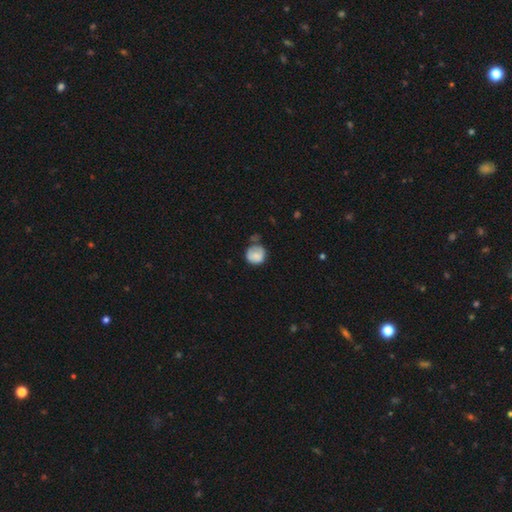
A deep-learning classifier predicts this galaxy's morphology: type=smooth (76%); roundness=round (85%); merging=none (51%).